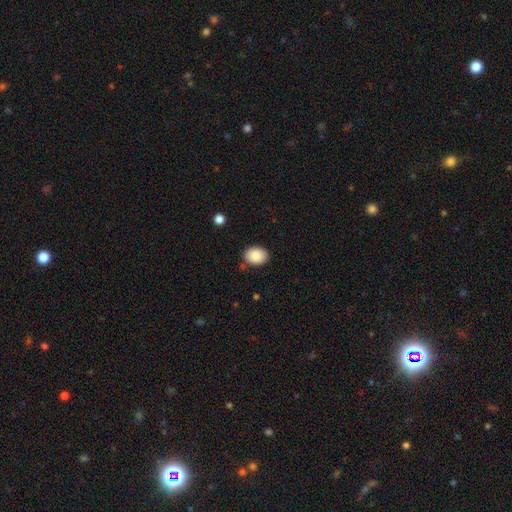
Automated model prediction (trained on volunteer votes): Overall: smooth (87%). How rounded: in between (65%; round 34%). Merging: none (84%).